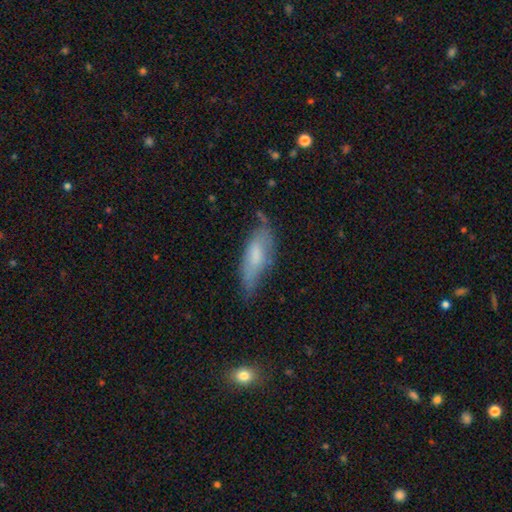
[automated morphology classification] smooth_or_featured: smooth (p=0.63) [alt: featured or disk p=0.30]
how_rounded: in between (p=0.59) [alt: cigar-shaped p=0.40]
merging: none (p=0.58) [alt: minor disturbance p=0.31]